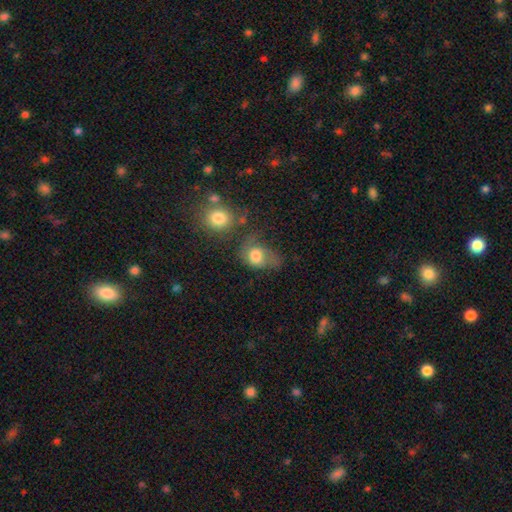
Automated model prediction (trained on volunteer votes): Overall: smooth (72%). How rounded: in between (53%; round 46%). Merging: major disturbance (32%; none 26%).